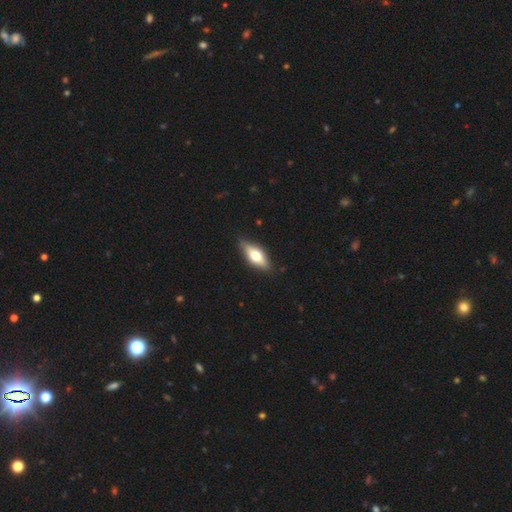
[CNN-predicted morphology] A smooth galaxy with no disk features (55%) that is in between round and cigar-shaped (70%). Merging: none (85%).